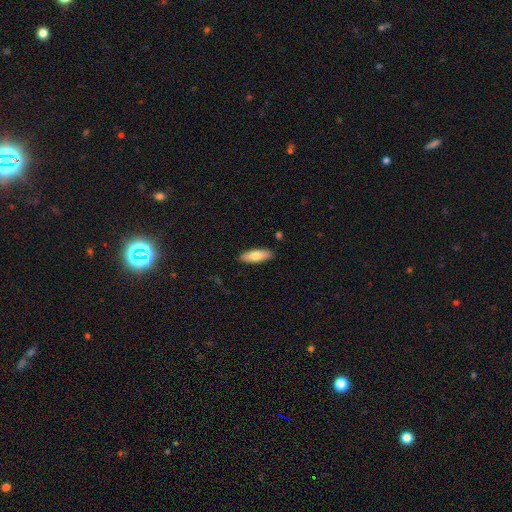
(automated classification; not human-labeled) A smooth galaxy with no disk features (73%) that is in between round and cigar-shaped (65%).

Vote fractions:
- Smooth or featured? smooth: 73% / featured or disk: 21% / star or artifact: 6%
- How rounded? in between: 65% / cigar-shaped: 33% / round: 2%
- Merging? none: 89% / minor disturbance: 8% / major disturbance: 2% / merger: 1%